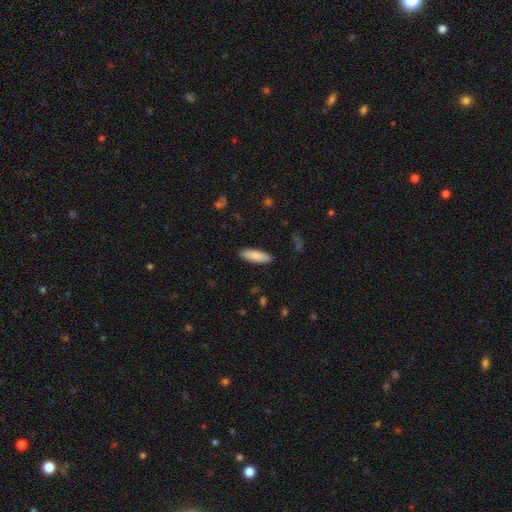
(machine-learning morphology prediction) smooth 85%, featured or disk 9%, star or artifact 6%. Down the decision tree: how rounded — in between (56%); merging — none (89%).